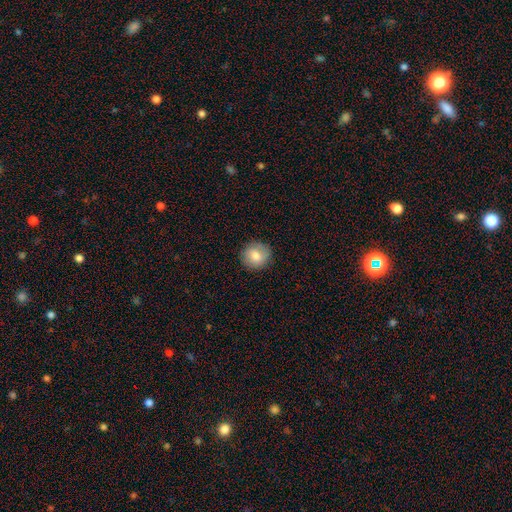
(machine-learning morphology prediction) Smooth or featured? smooth (80%)
How rounded? round (88%)
Merging? none (87%)